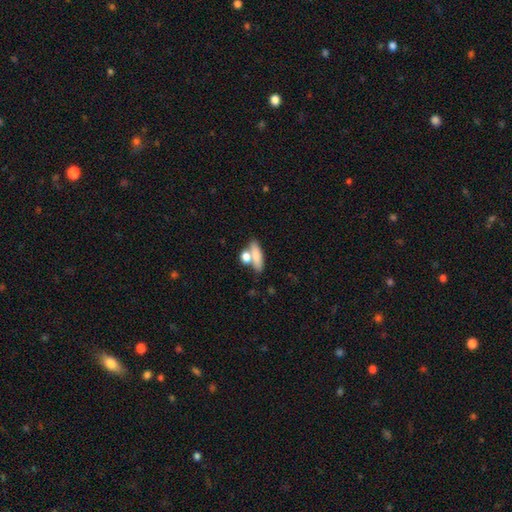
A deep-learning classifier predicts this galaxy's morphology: A smooth galaxy with no disk features (76%) that is in between round and cigar-shaped (50%).

Vote fractions:
- Smooth or featured? smooth: 76% / featured or disk: 16% / star or artifact: 8%
- How rounded? in between: 50% / cigar-shaped: 37% / round: 13%
- Merging? none: 50% / merger: 34% / minor disturbance: 11% / major disturbance: 5%